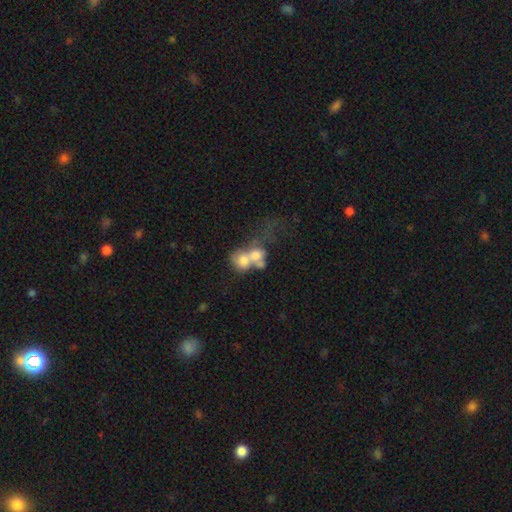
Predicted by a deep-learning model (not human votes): smooth_or_featured: smooth (p=0.61) [alt: featured or disk p=0.28]
how_rounded: round (p=0.52) [alt: in between p=0.46]
merging: merger (p=0.72) [alt: none p=0.13]